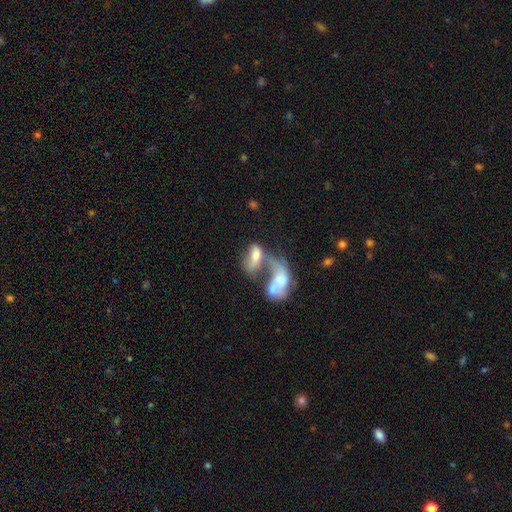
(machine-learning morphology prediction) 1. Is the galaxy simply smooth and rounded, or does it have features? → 54% smooth, 37% featured or disk, 10% star or artifact.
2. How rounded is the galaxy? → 88% in between, 6% cigar-shaped, 6% round.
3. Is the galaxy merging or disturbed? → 73% merger, 13% major disturbance, 9% none, 5% minor disturbance.